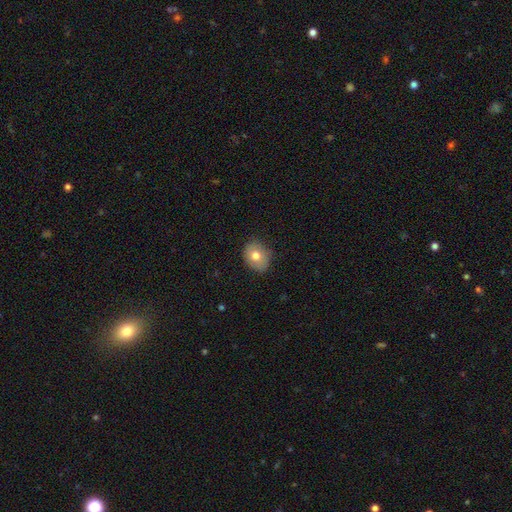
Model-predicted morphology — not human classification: A smooth galaxy with no disk features (75%) that is round (50%). Merging: none (79%).